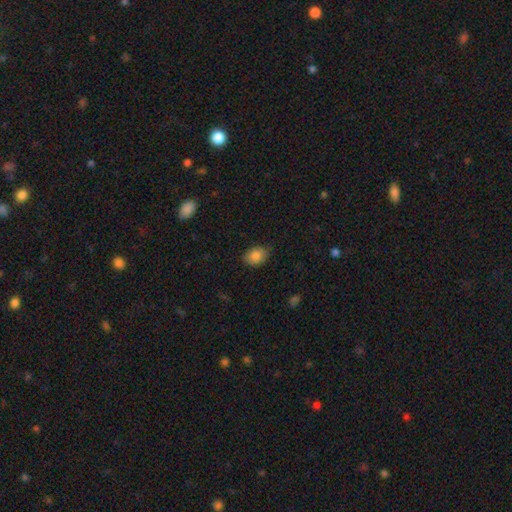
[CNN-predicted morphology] The model was most divided on "how rounded": in between: 68%, round: 31%, cigar-shaped: 1%. More confident: smooth or featured — smooth (87%); merging — none (78%).